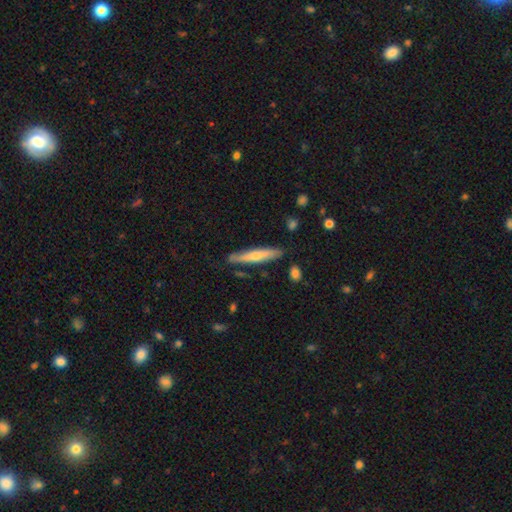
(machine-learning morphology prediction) This appears to be a smooth galaxy with no disk features (52%) that is cigar-shaped (89%). Merging: none (82%).